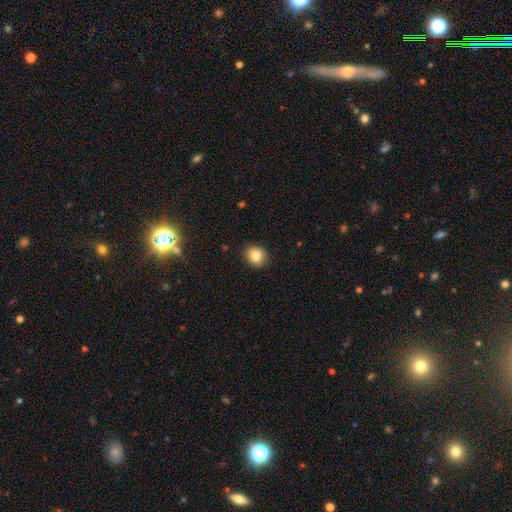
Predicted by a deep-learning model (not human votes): Morphology: type=smooth (83%); roundness=round (74%); merging=none (89%).